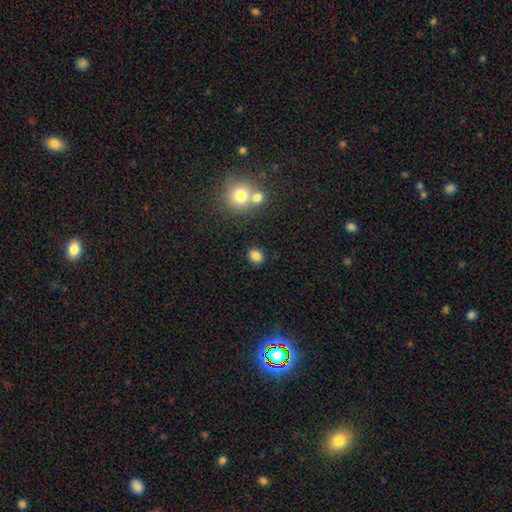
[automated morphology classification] A smooth galaxy with no disk features (84%) that is round (54%). Merging: none (83%).